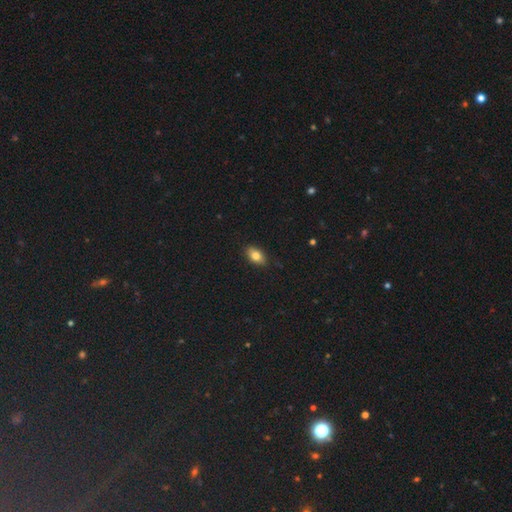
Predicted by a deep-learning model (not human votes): Smooth or featured?
  - smooth: 80% *
  - featured or disk: 12%
  - star or artifact: 9%
How rounded?
  - in between: 88% *
  - round: 8%
  - cigar-shaped: 4%
Merging?
  - none: 86% *
  - minor disturbance: 11%
  - major disturbance: 2%
  - merger: 1%